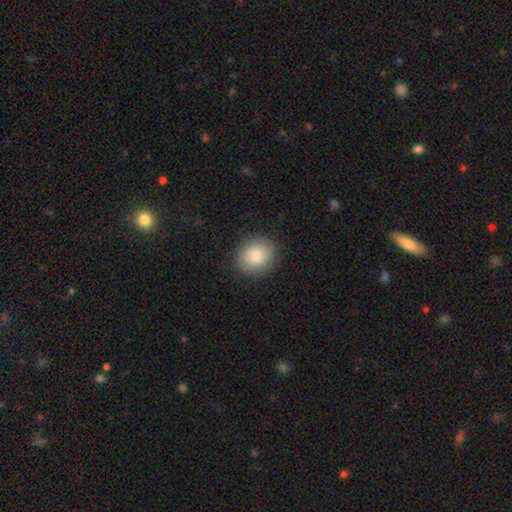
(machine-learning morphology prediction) smooth 85%, star or artifact 8%, featured or disk 7%. Down the decision tree: how rounded — round (76%); merging — none (88%).